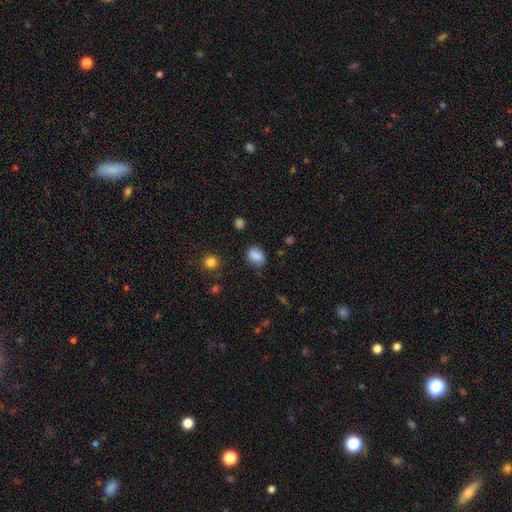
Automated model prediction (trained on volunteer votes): Smooth or featured? Predicted: smooth (p=0.84). How rounded? Predicted: in between (p=0.64). Merging? Predicted: none (p=0.78).